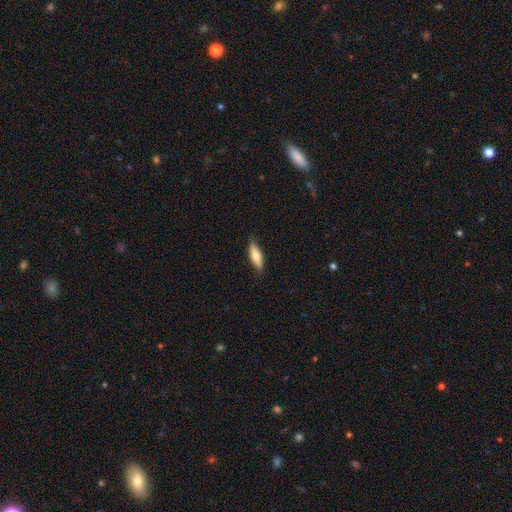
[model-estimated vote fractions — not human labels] Smooth or featured? smooth (72%)
How rounded? in between (49%, tied with cigar-shaped)
Merging? none (86%)